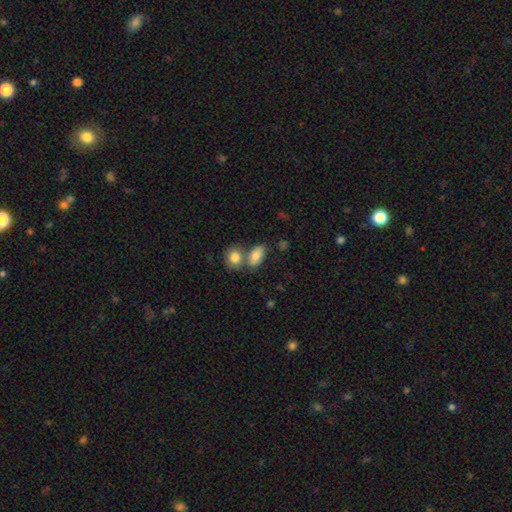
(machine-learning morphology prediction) Smooth or featured: smooth — 78% (featured or disk — 14%)
How rounded: in between — 86% (round — 12%)
Merging: merger — 43% (none — 42%)